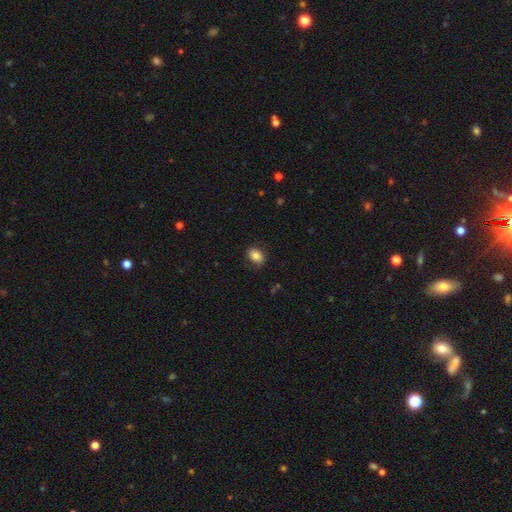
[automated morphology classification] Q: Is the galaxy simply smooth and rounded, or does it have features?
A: smooth — 81%.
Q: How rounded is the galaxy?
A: in between — 72%.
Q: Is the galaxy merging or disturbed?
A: none — 79%.